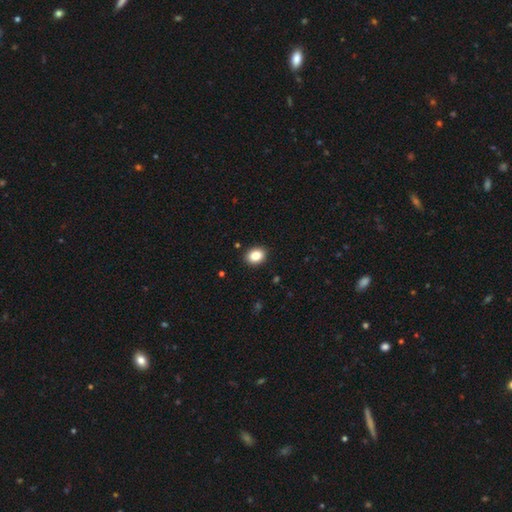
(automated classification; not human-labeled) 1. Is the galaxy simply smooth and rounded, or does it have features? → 85% smooth, 9% star or artifact, 5% featured or disk.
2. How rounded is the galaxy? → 55% in between, 44% round, 1% cigar-shaped.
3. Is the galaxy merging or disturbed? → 91% none, 7% minor disturbance, 2% major disturbance, 1% merger.